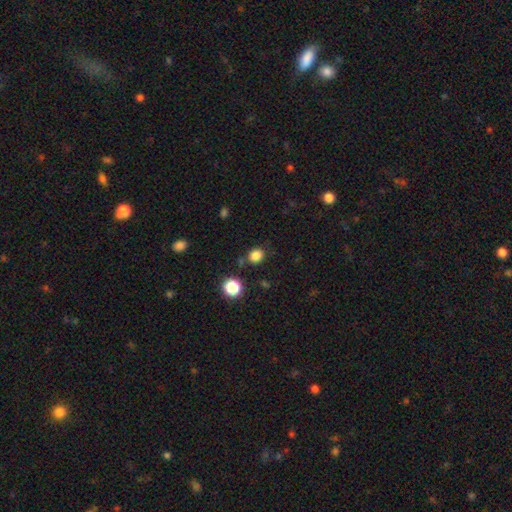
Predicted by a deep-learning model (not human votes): This appears to be a smooth galaxy with no disk features (83%) that is round (66%). Merging: none (79%).